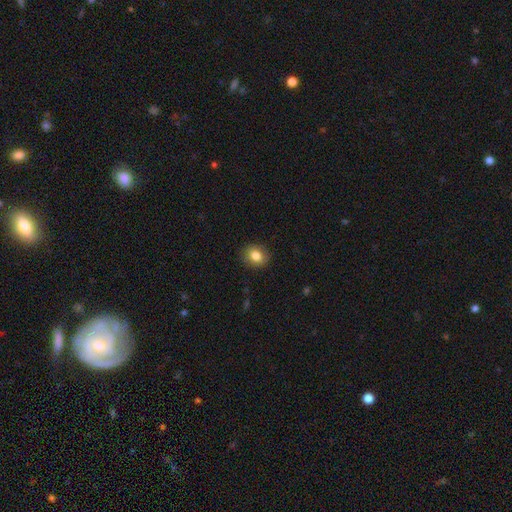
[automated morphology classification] smooth_or_featured: smooth (p=0.83) [alt: star or artifact p=0.09]
how_rounded: round (p=0.63) [alt: in between p=0.37]
merging: none (p=0.88) [alt: minor disturbance p=0.09]